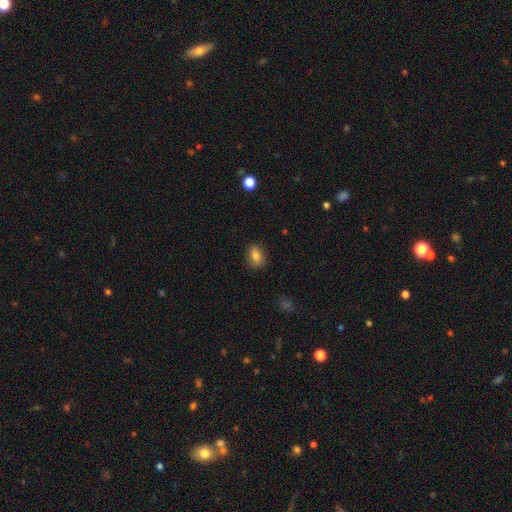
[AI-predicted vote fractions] A smooth galaxy with no disk features (82%) that is in between round and cigar-shaped (77%). Merging: none (84%).